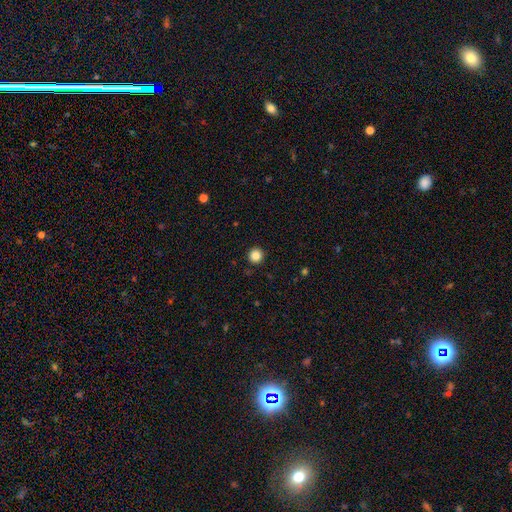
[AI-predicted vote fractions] Smooth or featured: smooth — 85% (star or artifact — 11%)
How rounded: round — 96% (in between — 4%)
Merging: none — 93% (minor disturbance — 4%)